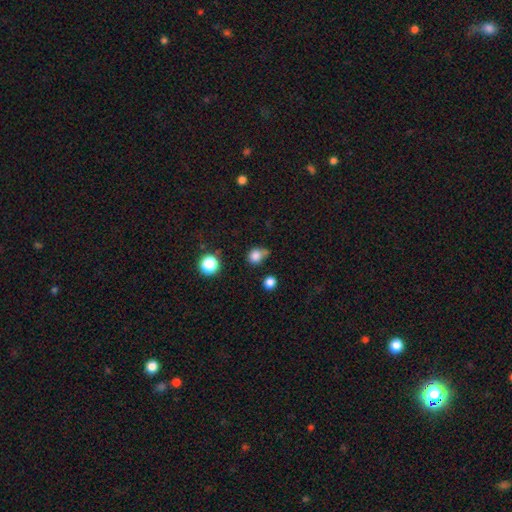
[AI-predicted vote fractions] This is clearly a smooth galaxy (81%). How rounded: likely round (77%). Merging: possibly none (55%).